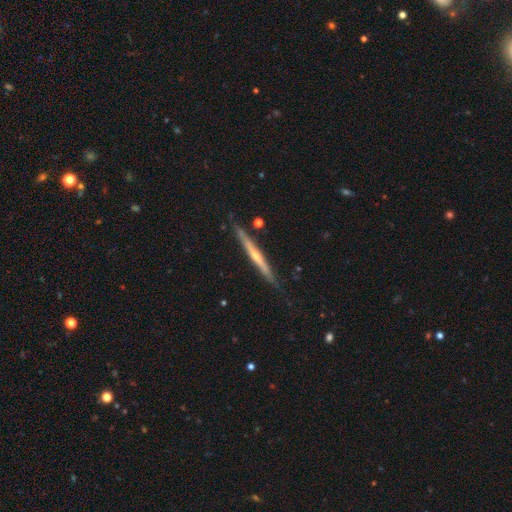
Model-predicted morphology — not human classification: Smooth or featured?
  - featured or disk: 74% *
  - smooth: 19%
  - star or artifact: 7%
Edge-on disk?
  - yes: 97% *
  - no: 3%
Edge-on bulge?
  - rounded: 71% *
  - none: 24%
  - boxy: 5%
Merging?
  - none: 85% *
  - minor disturbance: 11%
  - major disturbance: 2%
  - merger: 2%